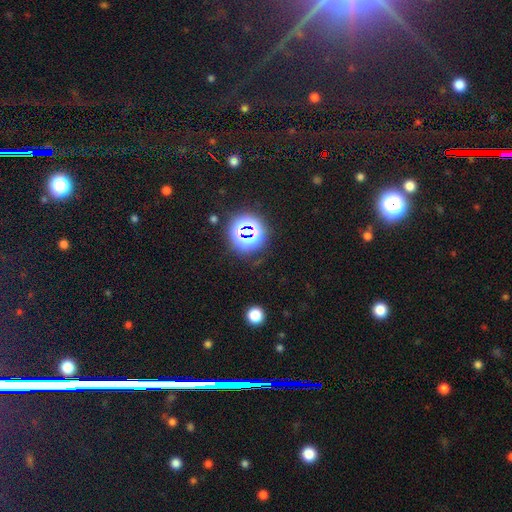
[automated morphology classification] A star or artifact, not a galaxy (77%).